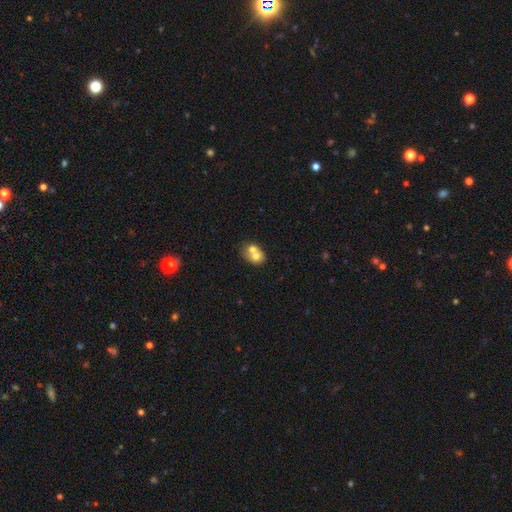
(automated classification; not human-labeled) smooth_or_featured: smooth (p=0.65) [alt: featured or disk p=0.25]
how_rounded: round (p=0.52) [alt: in between p=0.47]
merging: merger (p=0.65) [alt: none p=0.25]